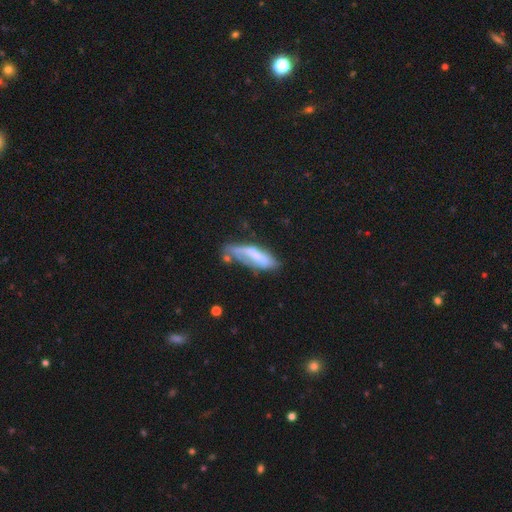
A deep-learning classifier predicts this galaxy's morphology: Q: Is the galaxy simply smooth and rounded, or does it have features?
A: featured or disk — 47%.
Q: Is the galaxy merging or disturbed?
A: none — 30%.